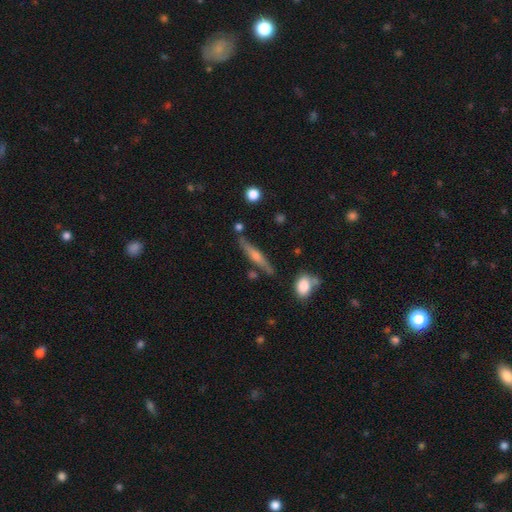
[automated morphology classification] A featured or disk galaxy (61%) viewed edge-on (94%) with a rounded central bulge (81%). Merging: none (79%).